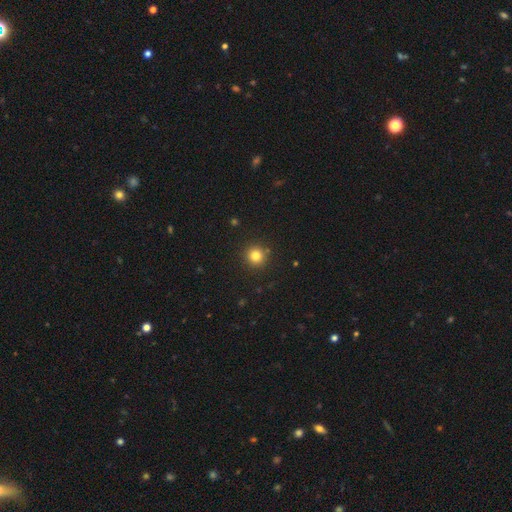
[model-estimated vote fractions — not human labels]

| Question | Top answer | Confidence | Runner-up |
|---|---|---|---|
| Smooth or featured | smooth | 81% | star or artifact (13%) |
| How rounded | round | 95% | in between (4%) |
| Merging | none | 91% | minor disturbance (6%) |